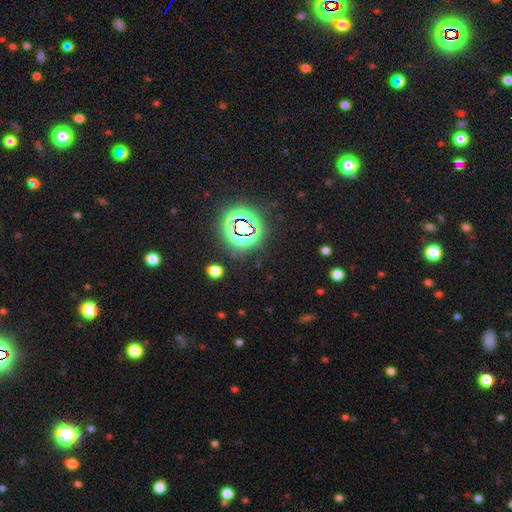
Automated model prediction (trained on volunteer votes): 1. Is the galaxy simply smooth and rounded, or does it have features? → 80% star or artifact, 12% smooth, 7% featured or disk.